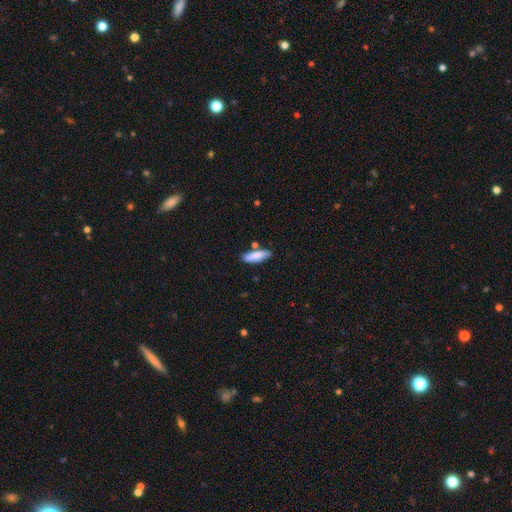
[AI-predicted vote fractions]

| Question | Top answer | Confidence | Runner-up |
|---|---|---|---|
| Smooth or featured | smooth | 84% | featured or disk (10%) |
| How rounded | in between | 52% | cigar-shaped (46%) |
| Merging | none | 75% | minor disturbance (15%) |